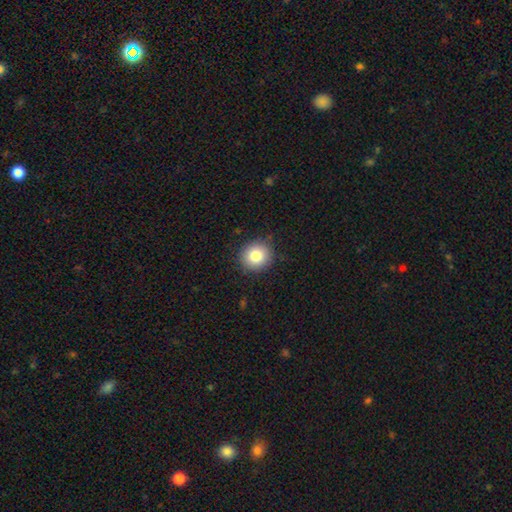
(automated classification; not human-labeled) Morphology: type=smooth (83%); roundness=round (87%); merging=none (89%).